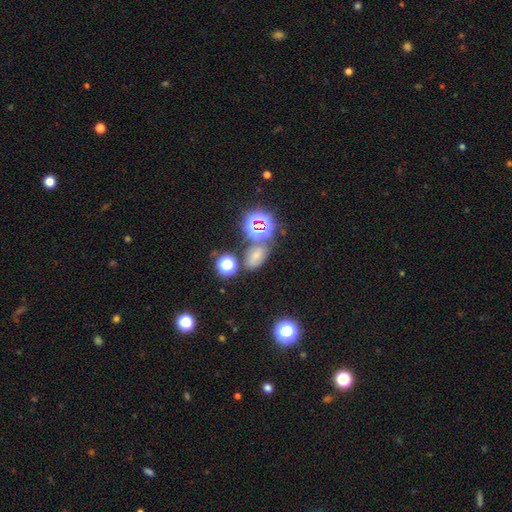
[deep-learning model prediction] smooth_or_featured: smooth (p=0.53) [alt: star or artifact p=0.33]
how_rounded: in between (p=0.74) [alt: round p=0.24]
merging: none (p=0.64) [alt: minor disturbance p=0.16]